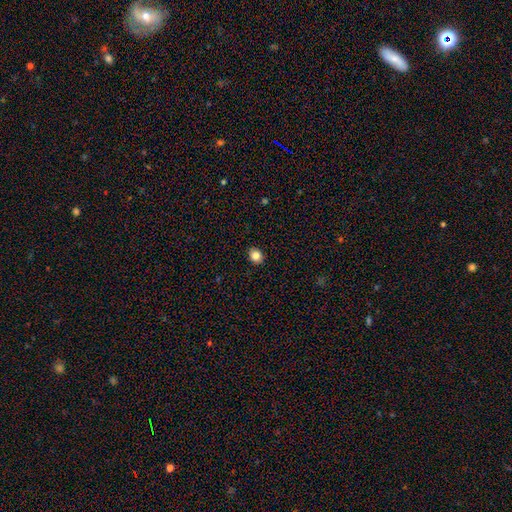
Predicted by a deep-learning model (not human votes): Smooth or featured? smooth (84%)
How rounded? round (61%)
Merging? none (91%)